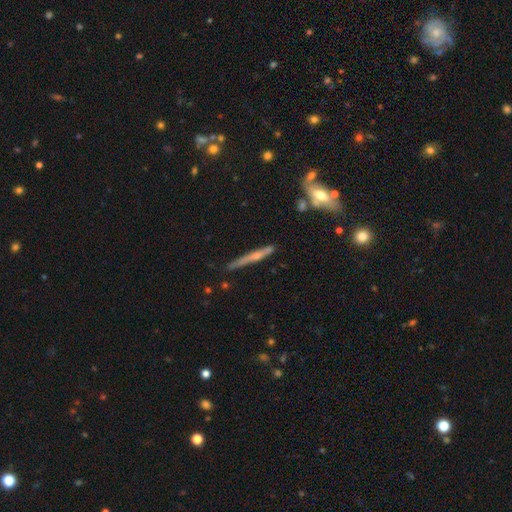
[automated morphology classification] Q: Smooth or featured?
A: featured or disk (59%); runner-up: smooth (33%)
Q: Edge-on disk?
A: yes (96%); runner-up: no (4%)
Q: Edge-on bulge?
A: rounded (55%); runner-up: none (37%)
Q: Merging?
A: none (77%); runner-up: minor disturbance (16%)